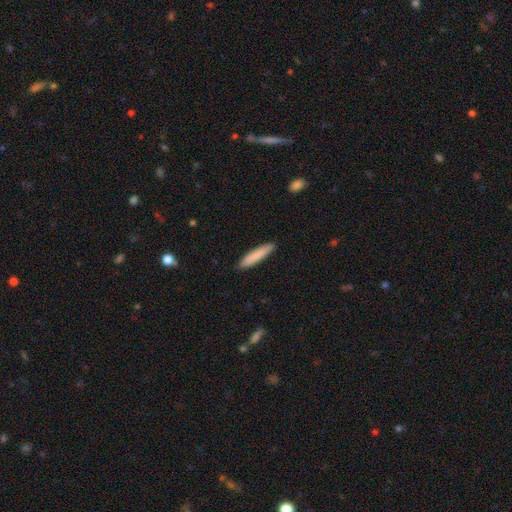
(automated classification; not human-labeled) Smooth or featured? smooth (84%)
How rounded? cigar-shaped (88%)
Merging? none (89%)